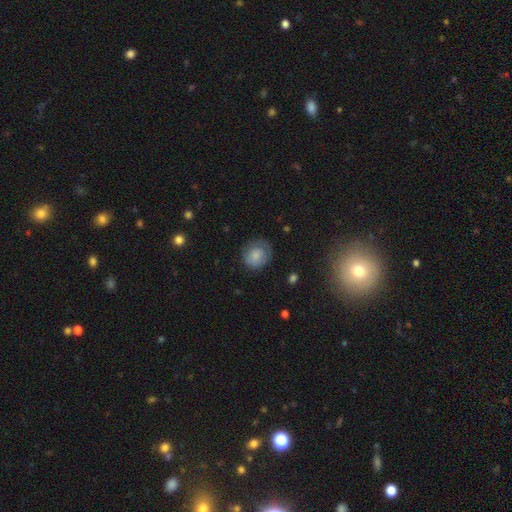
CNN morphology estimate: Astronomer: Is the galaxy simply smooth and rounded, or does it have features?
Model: smooth — 77%.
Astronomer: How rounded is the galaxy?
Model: round — 76%.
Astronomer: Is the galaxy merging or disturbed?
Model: none — 71%.